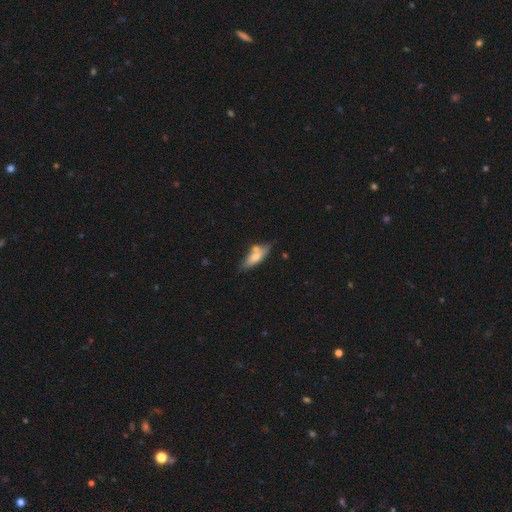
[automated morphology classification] This is likely a smooth galaxy (64%). How rounded: possibly in between (53%). Merging: possibly none (58%).